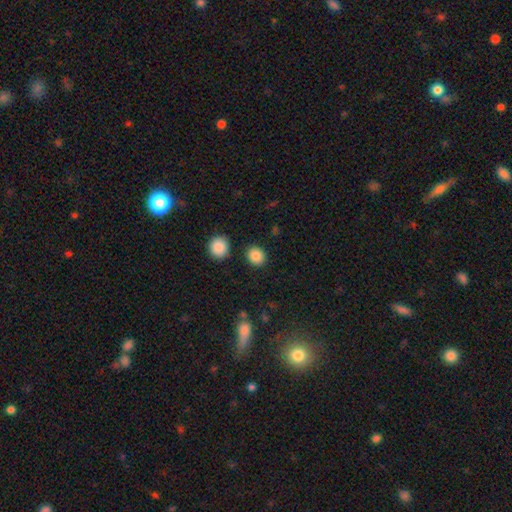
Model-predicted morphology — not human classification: Overall: smooth (86%). How rounded: round (76%). Merging: none (87%).